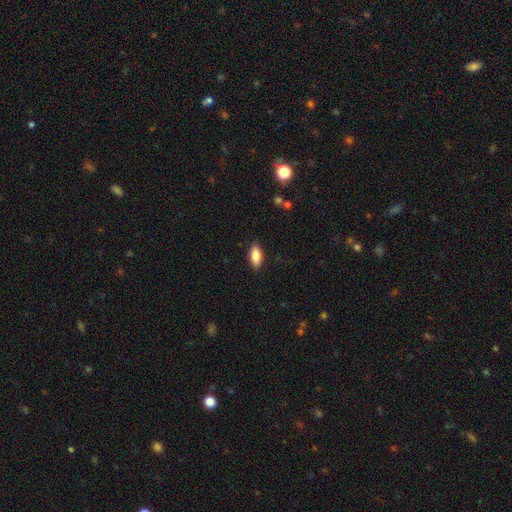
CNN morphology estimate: A smooth galaxy with no disk features (83%) that is in between round and cigar-shaped (87%).

Vote fractions:
- Smooth or featured? smooth: 83% / featured or disk: 10% / star or artifact: 7%
- How rounded? in between: 87% / cigar-shaped: 10% / round: 3%
- Merging? none: 88% / minor disturbance: 9% / major disturbance: 2% / merger: 1%